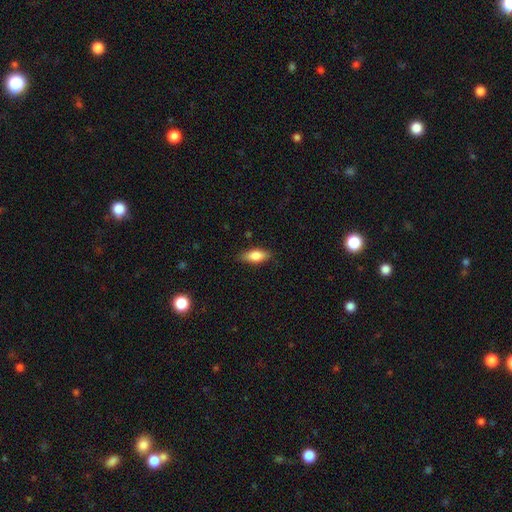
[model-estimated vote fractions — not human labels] This appears to be a smooth galaxy with no disk features (79%) that is in between round and cigar-shaped (78%). Merging: none (83%).